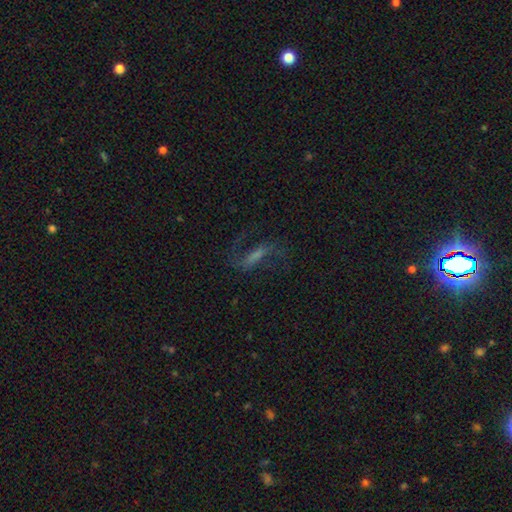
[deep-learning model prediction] Smooth or featured?
  - featured or disk: 67% *
  - smooth: 19%
  - star or artifact: 13%
Edge-on disk?
  - no: 87% *
  - yes: 13%
Bar?
  - strong: 52% *
  - weak: 33%
  - no: 15%
Spiral arms?
  - yes: 87% *
  - no: 13%
Spiral winding?
  - loose: 70% *
  - medium: 24%
  - tight: 6%
Spiral arm count?
  - 2: 88% *
  - 1: 5%
  - can't tell: 4%
  - 3: 1%
  - 4: 1%
  - more than 4: 1%
Bulge size?
  - none: 42% *
  - small: 28%
  - moderate: 20%
  - large: 8%
  - dominant: 2%
Merging?
  - none: 67% *
  - major disturbance: 17%
  - minor disturbance: 14%
  - merger: 2%